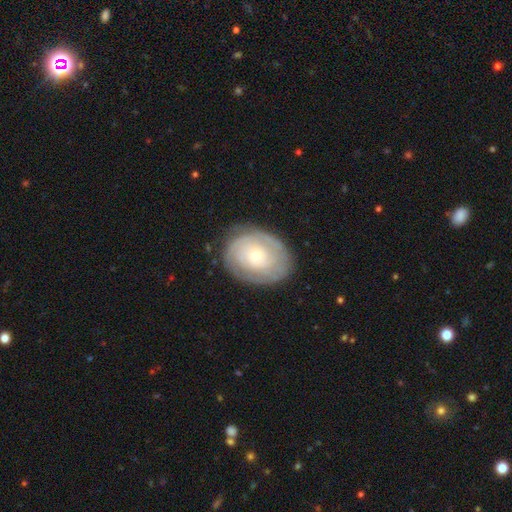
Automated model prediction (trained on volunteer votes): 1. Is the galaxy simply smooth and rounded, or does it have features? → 69% featured or disk, 25% smooth, 6% star or artifact.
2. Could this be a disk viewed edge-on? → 96% no, 4% yes.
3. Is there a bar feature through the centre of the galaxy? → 83% no, 13% weak, 3% strong.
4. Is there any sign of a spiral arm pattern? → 82% yes, 18% no.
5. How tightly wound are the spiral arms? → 77% tight, 17% medium, 6% loose.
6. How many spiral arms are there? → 48% can't tell, 22% 2, 13% 3, 7% 4, 6% 1, 5% more than 4.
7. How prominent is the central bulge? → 69% small, 27% moderate, 2% large, 1% none, 1% dominant.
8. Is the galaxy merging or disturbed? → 79% none, 15% minor disturbance, 5% major disturbance, 1% merger.